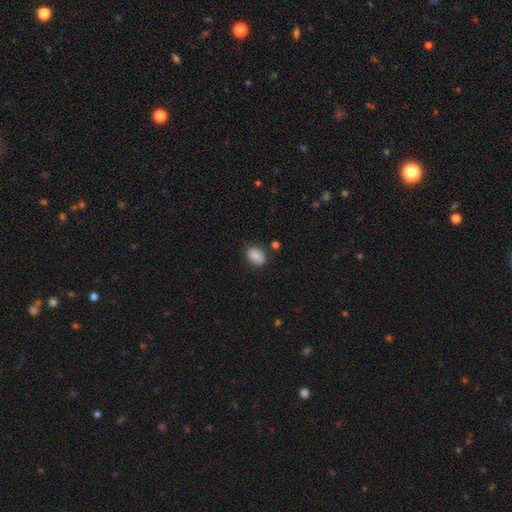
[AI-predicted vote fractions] Morphology: type=smooth (87%); roundness=in between (78%); merging=none (80%).